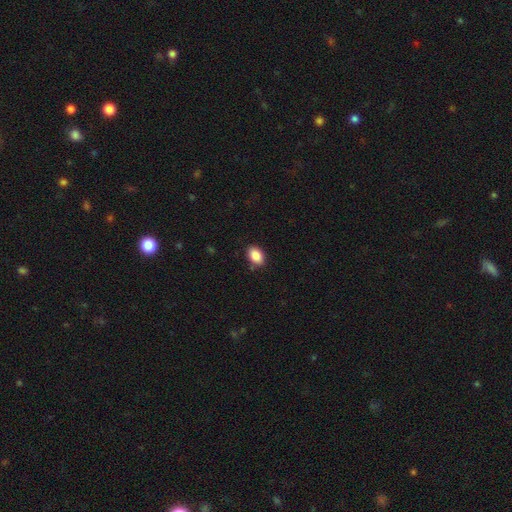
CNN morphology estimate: smooth 88%, star or artifact 8%, featured or disk 4%. Down the decision tree: how rounded — in between (86%); merging — none (86%).